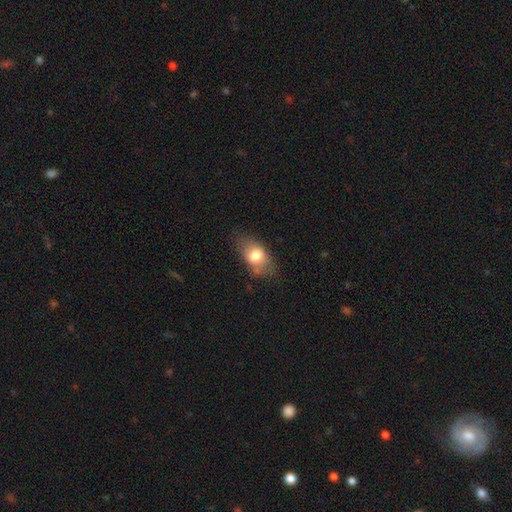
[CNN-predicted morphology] This appears to be a smooth galaxy with no disk features (74%) that is in between round and cigar-shaped (81%). Merging: none (67%).